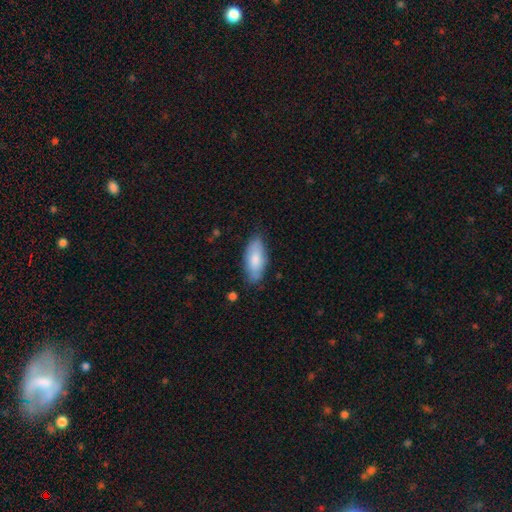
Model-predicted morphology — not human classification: type=smooth (78%); roundness=in between (84%); merging=none (79%).